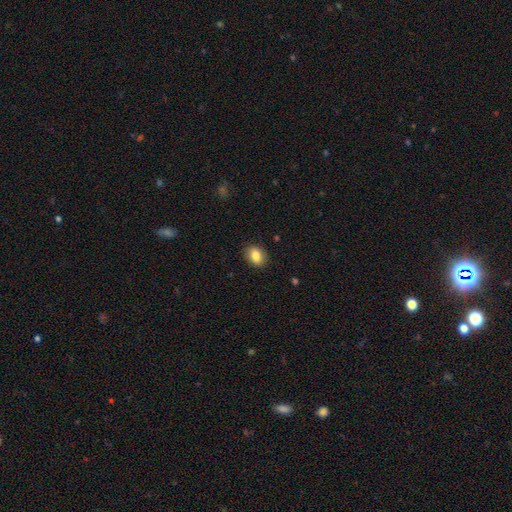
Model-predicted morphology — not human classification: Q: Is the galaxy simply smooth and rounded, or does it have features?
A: smooth — 83%.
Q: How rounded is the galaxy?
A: in between — 79%.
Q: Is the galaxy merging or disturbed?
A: none — 87%.